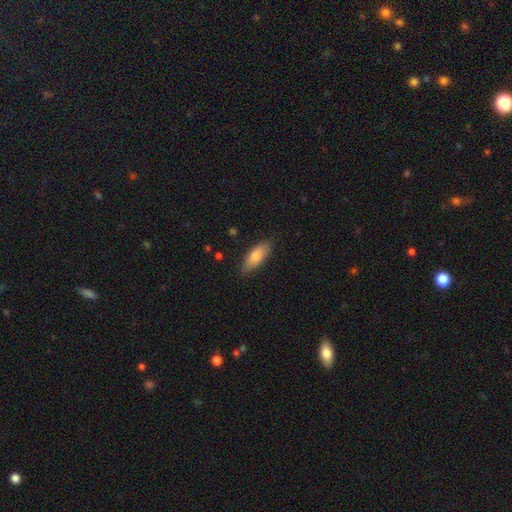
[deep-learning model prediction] smooth_or_featured: smooth (p=0.77) [alt: featured or disk p=0.17]
how_rounded: in between (p=0.66) [alt: cigar-shaped p=0.32]
merging: none (p=0.83) [alt: minor disturbance p=0.13]